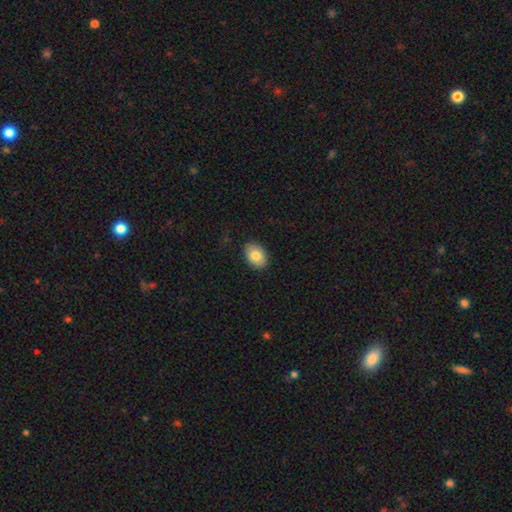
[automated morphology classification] Smooth or featured? Predicted: smooth (p=0.82). How rounded? Predicted: in between (p=0.80). Merging? Predicted: none (p=0.89).